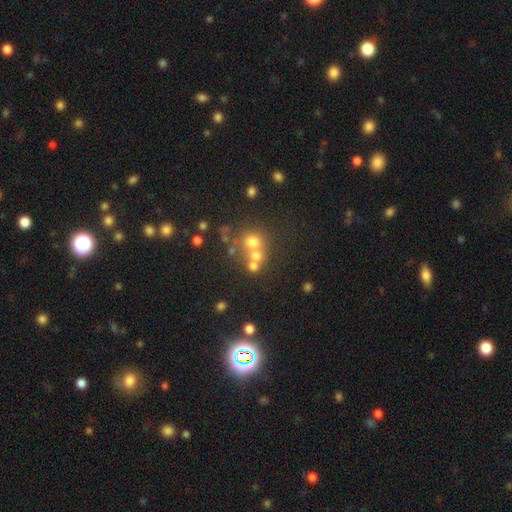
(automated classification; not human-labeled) A smooth galaxy with no disk features (60%) that is round (84%).

Vote fractions:
- Smooth or featured? smooth: 60% / star or artifact: 20% / featured or disk: 20%
- How rounded? round: 84% / in between: 15% / cigar-shaped: 1%
- Merging? merger: 45% / none: 42% / minor disturbance: 8% / major disturbance: 6%